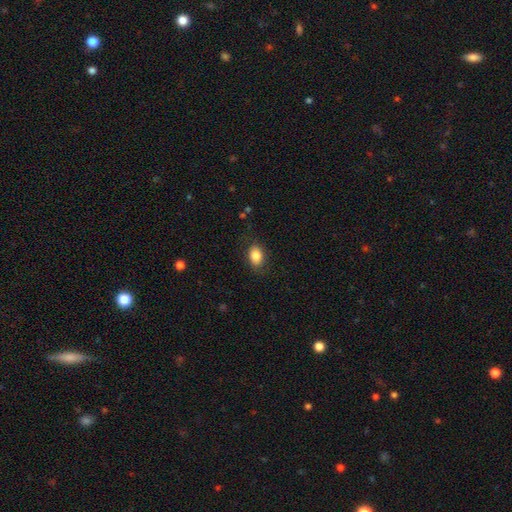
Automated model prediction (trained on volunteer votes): Smooth or featured?
  - smooth: 84% *
  - star or artifact: 8%
  - featured or disk: 7%
How rounded?
  - in between: 76% *
  - round: 23%
  - cigar-shaped: 1%
Merging?
  - none: 83% *
  - minor disturbance: 13%
  - major disturbance: 4%
  - merger: 1%